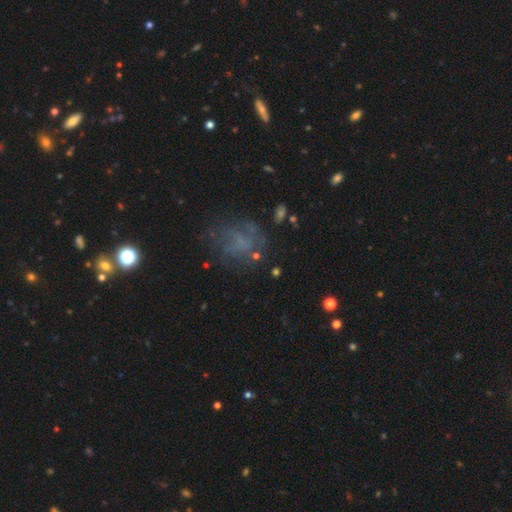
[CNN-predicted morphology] smooth_or_featured: featured or disk (p=0.47) [alt: smooth p=0.33]
merging: none (p=0.54) [alt: major disturbance p=0.23]